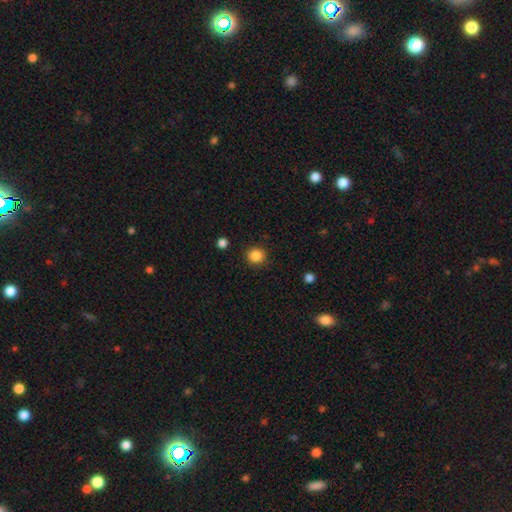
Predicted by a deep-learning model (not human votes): smooth-or-featured: smooth: 86% | star or artifact: 11% | featured or disk: 3%
  how-rounded: round: 90% | in between: 10% | cigar-shaped: 1%
  merging: none: 89% | minor disturbance: 7% | major disturbance: 2% | merger: 2%